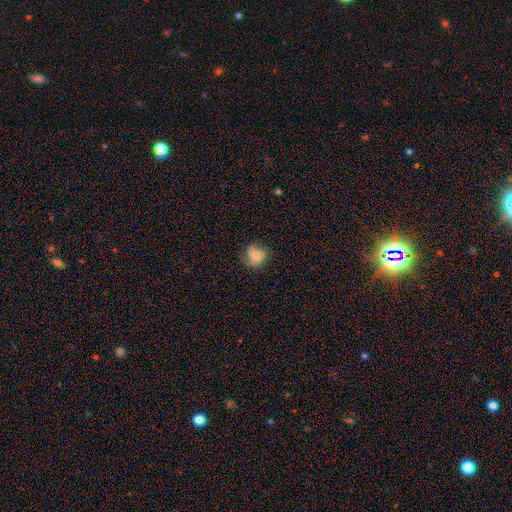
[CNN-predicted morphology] type=smooth (59%); roundness=round (82%); merging=none (72%).